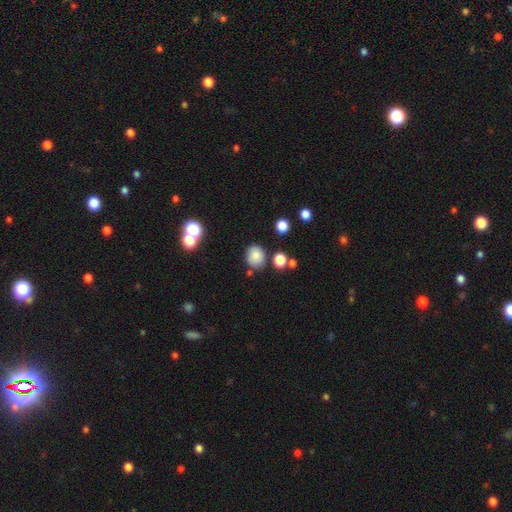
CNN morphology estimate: Smooth or featured? Predicted: smooth (p=0.80). How rounded? Predicted: round (p=0.68). Merging? Predicted: none (p=0.76).